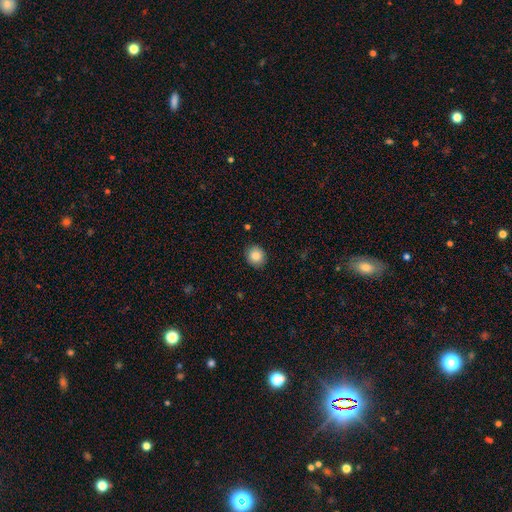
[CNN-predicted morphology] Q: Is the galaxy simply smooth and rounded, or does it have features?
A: smooth — 86%.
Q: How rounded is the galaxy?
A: round — 78%.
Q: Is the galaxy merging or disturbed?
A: none — 89%.